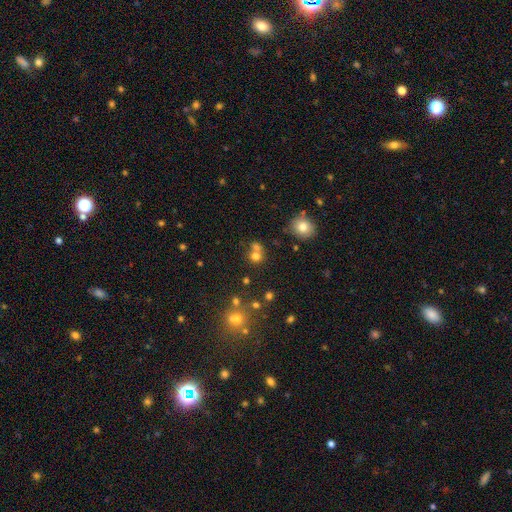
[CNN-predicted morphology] smooth 70%, star or artifact 19%, featured or disk 12%. Down the decision tree: how rounded — round (83%); merging — none (48%).